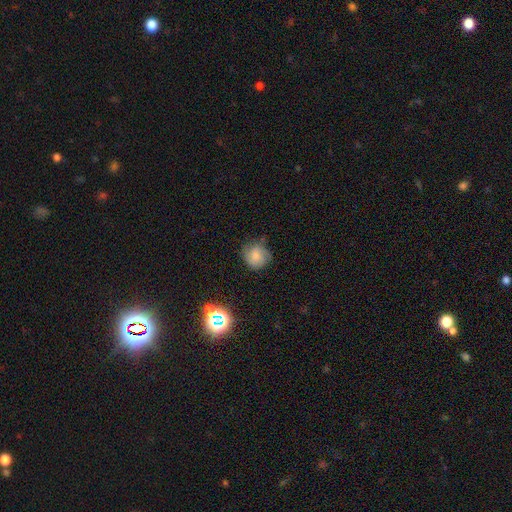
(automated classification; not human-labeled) This appears to be a smooth galaxy with no disk features (58%) that is round (83%). Merging: none (65%).